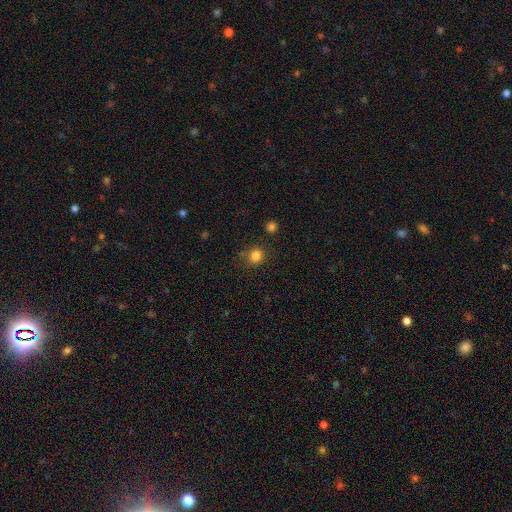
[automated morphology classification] This is clearly a smooth galaxy (82%). How rounded: clearly round (82%). Merging: likely none (79%).